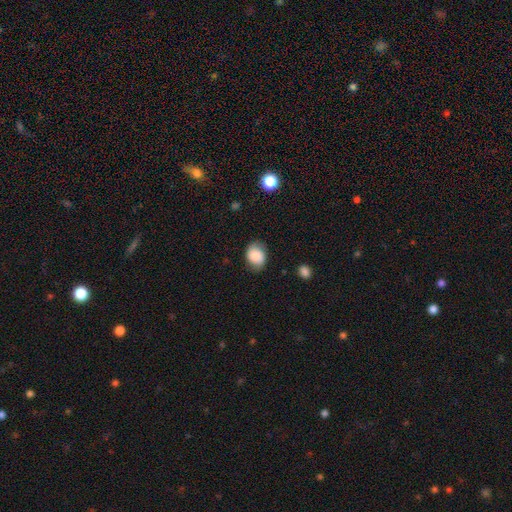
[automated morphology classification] Smooth or featured? Predicted: smooth (p=0.78). How rounded? Predicted: in between (p=0.58). Merging? Predicted: none (p=0.71).